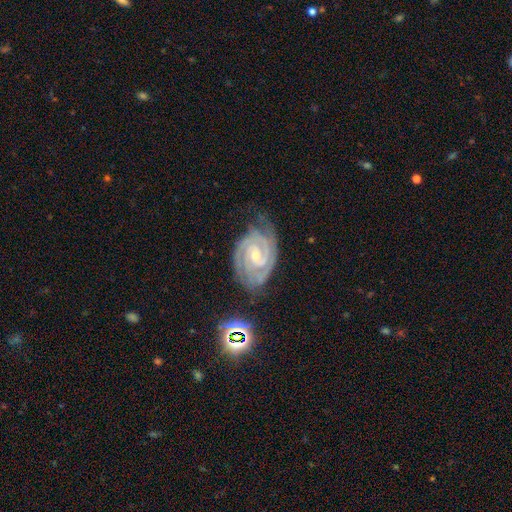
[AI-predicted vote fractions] Q: Smooth or featured?
A: featured or disk (91%); runner-up: star or artifact (5%)
Q: Edge-on disk?
A: no (98%); runner-up: yes (2%)
Q: Bar?
A: weak (45%); runner-up: no (38%)
Q: Spiral arms?
A: yes (99%); runner-up: no (1%)
Q: Spiral winding?
A: tight (77%); runner-up: medium (20%)
Q: Spiral arm count?
A: 2 (70%); runner-up: 3 (16%)
Q: Bulge size?
A: small (66%); runner-up: moderate (31%)
Q: Merging?
A: none (67%); runner-up: minor disturbance (23%)